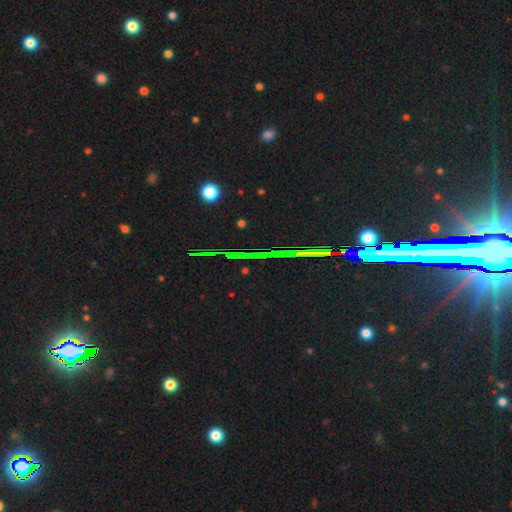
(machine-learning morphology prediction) smooth_or_featured: star or artifact (p=0.78) [alt: featured or disk p=0.13]